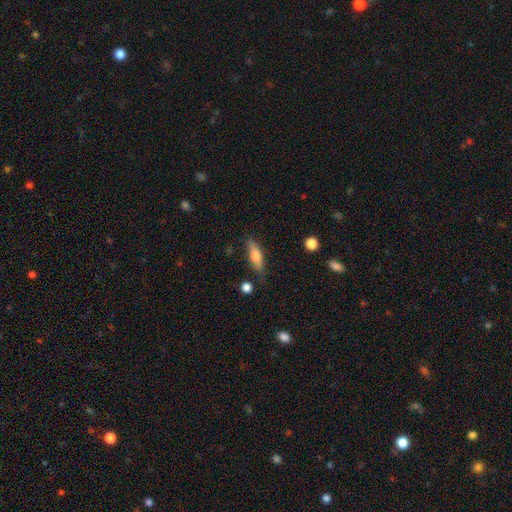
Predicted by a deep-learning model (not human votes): Overall: smooth (65%; featured or disk 28%). How rounded: cigar-shaped (51%; in between 46%). Merging: none (77%).